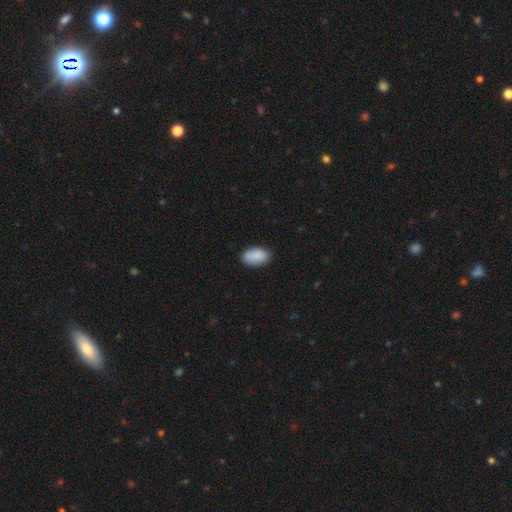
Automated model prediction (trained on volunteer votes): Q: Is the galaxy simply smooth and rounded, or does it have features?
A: smooth — 88%.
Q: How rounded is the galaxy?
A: in between — 93%.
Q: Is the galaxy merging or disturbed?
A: none — 81%.